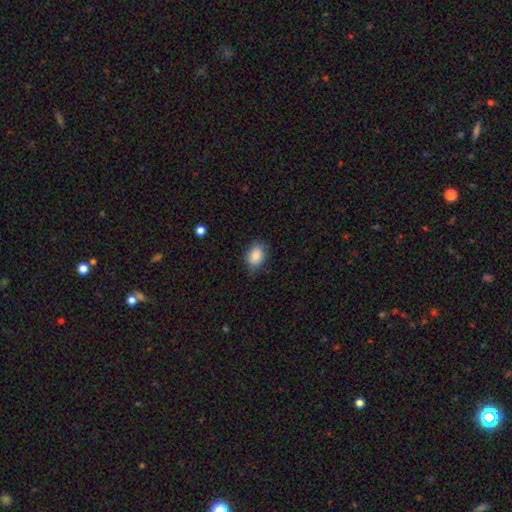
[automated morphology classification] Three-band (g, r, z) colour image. It shows a smooth galaxy with no disk features (86%) that is in between round and cigar-shaped (77%). Merging: none (76%).